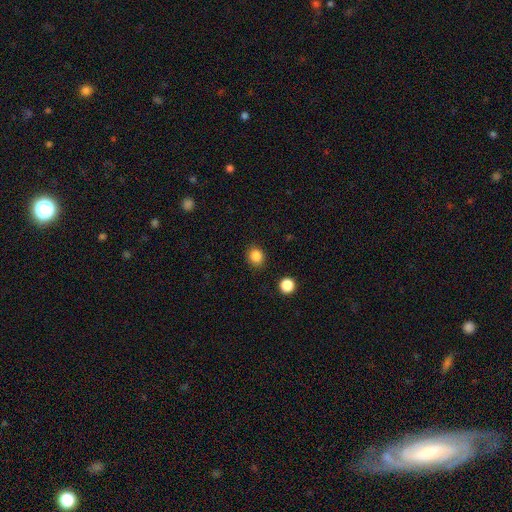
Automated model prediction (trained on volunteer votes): Smooth or featured: smooth — 85% (star or artifact — 11%)
How rounded: round — 78% (in between — 21%)
Merging: none — 88% (minor disturbance — 8%)